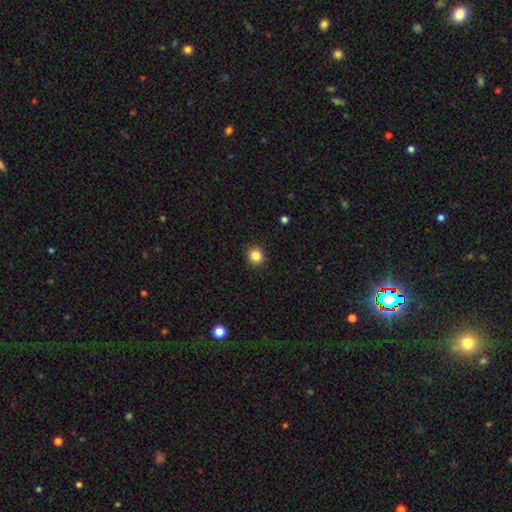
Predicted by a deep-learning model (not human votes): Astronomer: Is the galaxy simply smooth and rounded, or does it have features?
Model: smooth — 85%.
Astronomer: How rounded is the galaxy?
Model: round — 88%.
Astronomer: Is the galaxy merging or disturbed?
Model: none — 91%.